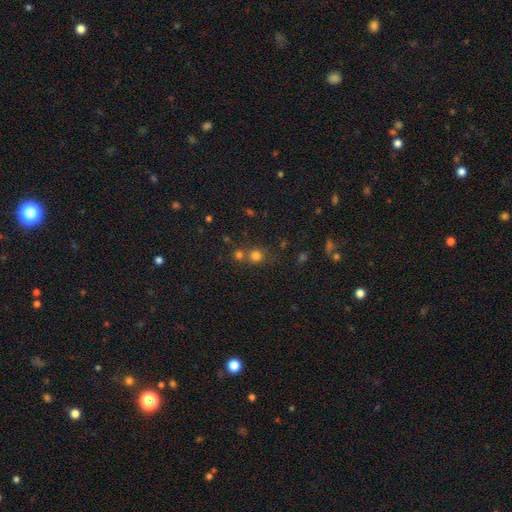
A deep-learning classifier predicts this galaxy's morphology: This appears to be a smooth galaxy with no disk features (75%) that is round (88%). Merging: none (58%).